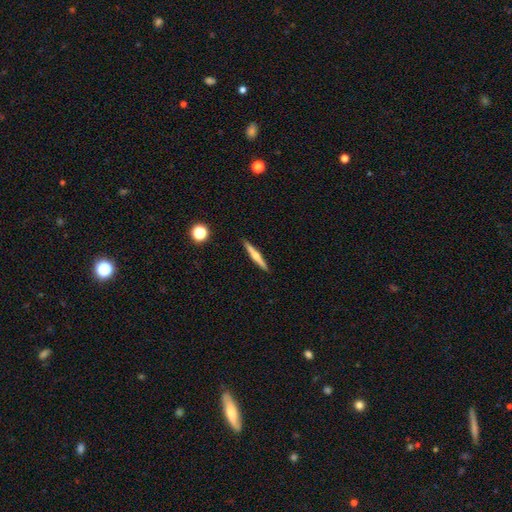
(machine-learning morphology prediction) This appears to be a featured or disk galaxy (57%) viewed edge-on (98%) with a rounded central bulge (79%). Merging: none (91%).